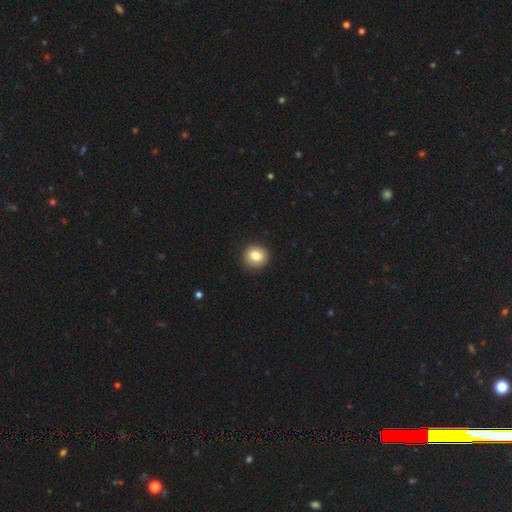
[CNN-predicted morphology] type=smooth (82%); roundness=round (88%); merging=none (89%).